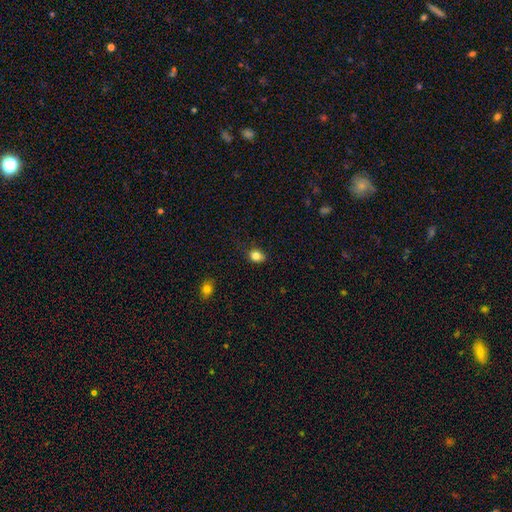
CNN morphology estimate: Q: Smooth or featured?
A: smooth (82%); runner-up: star or artifact (11%)
Q: How rounded?
A: in between (51%); runner-up: round (48%)
Q: Merging?
A: none (76%); runner-up: minor disturbance (19%)